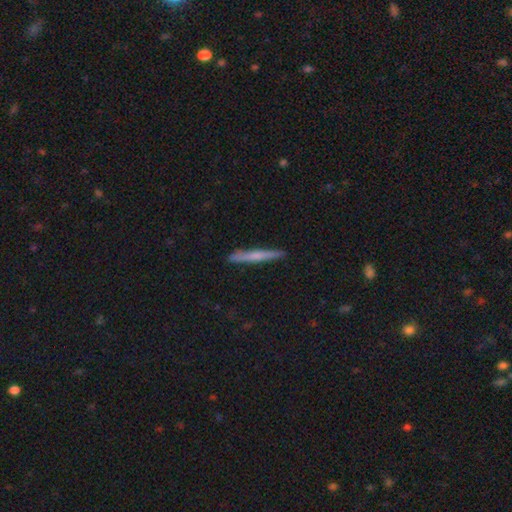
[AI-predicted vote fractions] This appears to be a smooth galaxy with no disk features (52%) that is cigar-shaped (96%). Merging: none (90%).